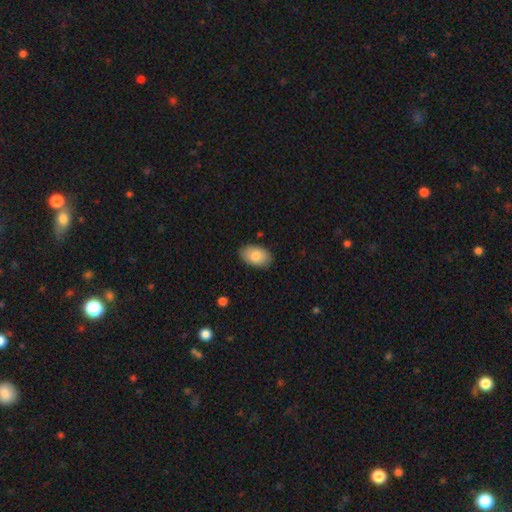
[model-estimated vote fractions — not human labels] The model was most divided on "merging": none: 85%, minor disturbance: 11%, major disturbance: 2%, merger: 1%. More confident: how rounded — in between (92%); smooth or featured — smooth (85%).